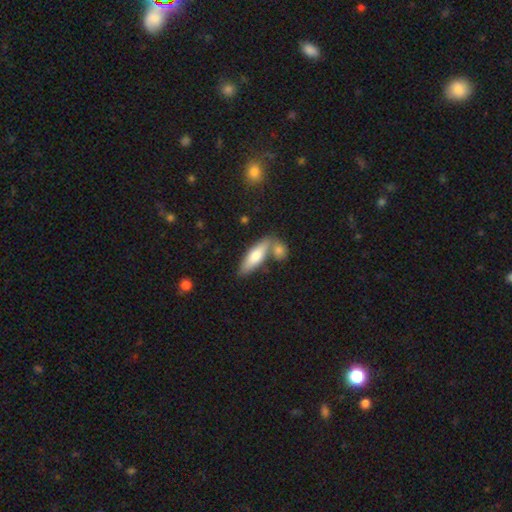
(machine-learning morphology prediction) The model was most divided on "how rounded": in between: 50%, cigar-shaped: 48%, round: 2%. More confident: smooth or featured — smooth (70%); merging — none (58%).